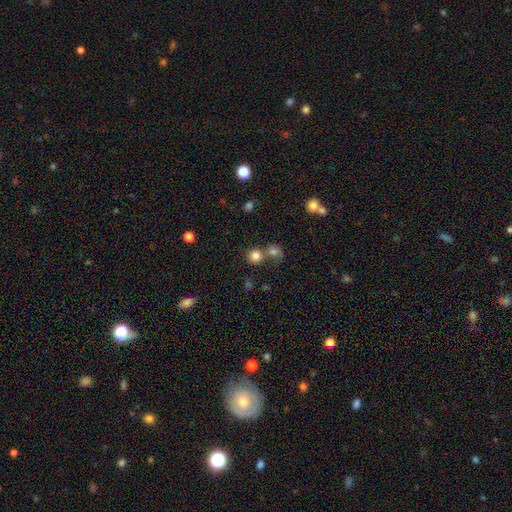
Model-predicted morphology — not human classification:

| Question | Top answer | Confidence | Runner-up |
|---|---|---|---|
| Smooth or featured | smooth | 80% | star or artifact (13%) |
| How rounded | round | 89% | in between (10%) |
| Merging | none | 57% | merger (33%) |